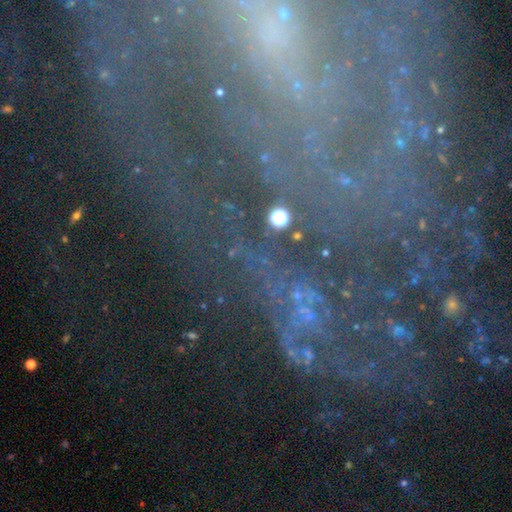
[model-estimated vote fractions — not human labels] Overall: star or artifact (58%; featured or disk 29%).